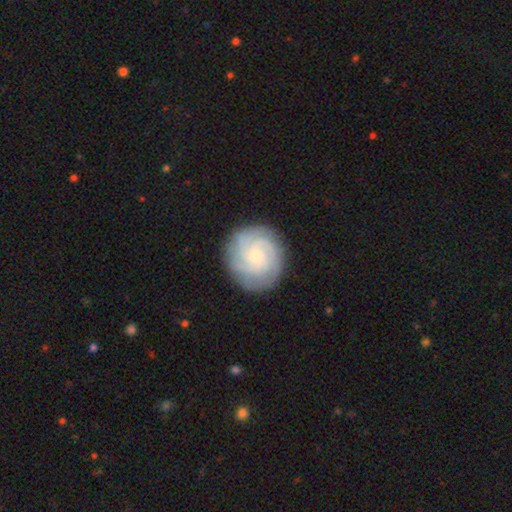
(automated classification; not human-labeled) featured or disk 73%, smooth 20%, star or artifact 7%. Down the decision tree: edge-on disk — no (98%); bar — no (74%); spiral arms — yes (96%); spiral arm count — 4 (27%); spiral winding — tight (67%); bulge size — small (73%); merging — none (84%).